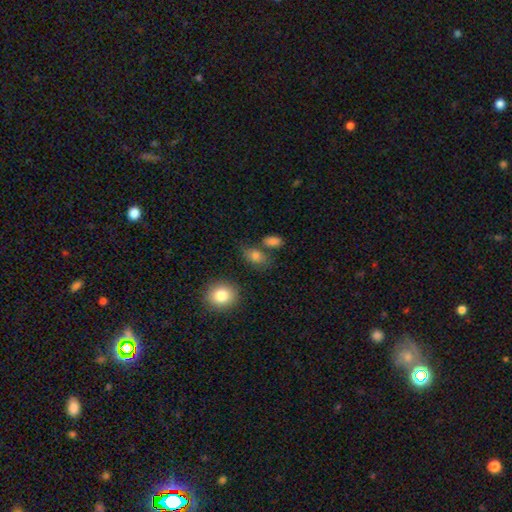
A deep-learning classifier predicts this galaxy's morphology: Smooth or featured?
  - smooth: 78% *
  - star or artifact: 12%
  - featured or disk: 10%
How rounded?
  - in between: 75% *
  - round: 21%
  - cigar-shaped: 3%
Merging?
  - none: 61% *
  - minor disturbance: 18%
  - merger: 14%
  - major disturbance: 7%